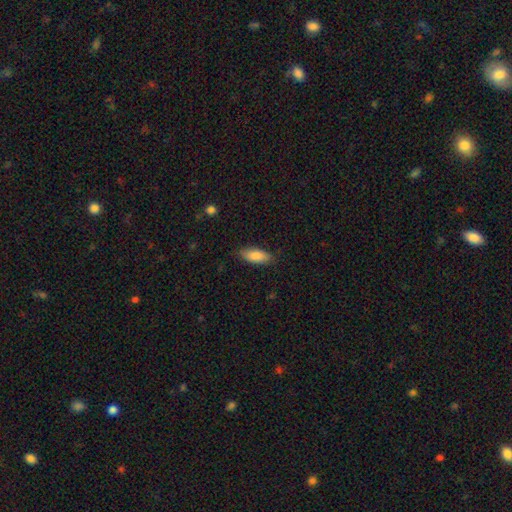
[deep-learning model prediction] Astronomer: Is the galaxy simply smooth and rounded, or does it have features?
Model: smooth — 86%.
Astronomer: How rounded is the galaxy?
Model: in between — 78%.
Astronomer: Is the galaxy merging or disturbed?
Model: none — 84%.